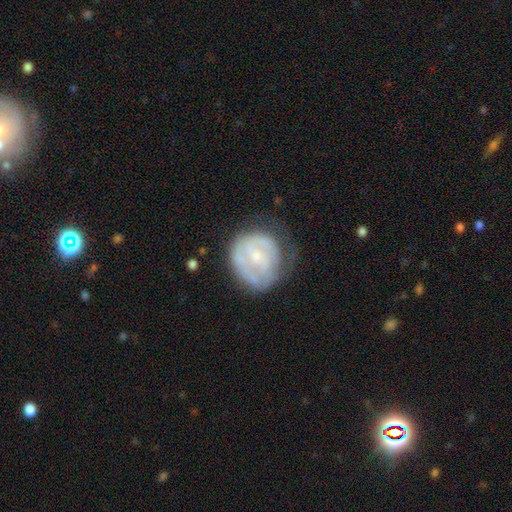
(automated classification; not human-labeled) A featured or disk galaxy (61%) with no bar (62%), spiral arms (69%) and a small central bulge (60%). Merging: none (56%).